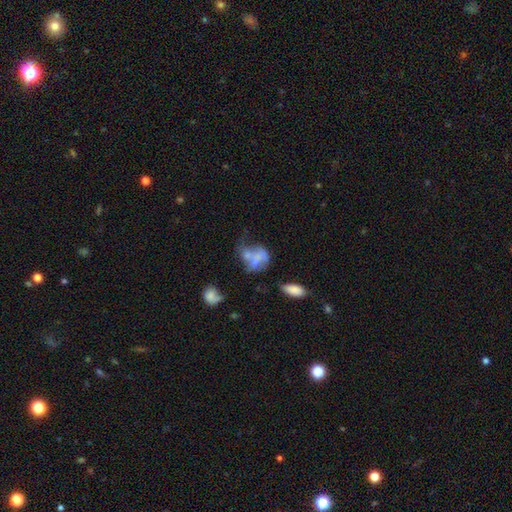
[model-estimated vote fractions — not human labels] Overall: smooth (49%; featured or disk 38%). Merging: merger (36%; major disturbance 23%).